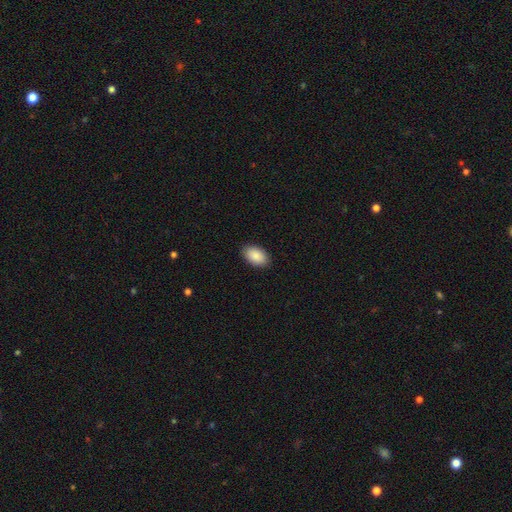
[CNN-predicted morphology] This appears to be a smooth galaxy with no disk features (90%) that is in between round and cigar-shaped (94%). Merging: none (89%).